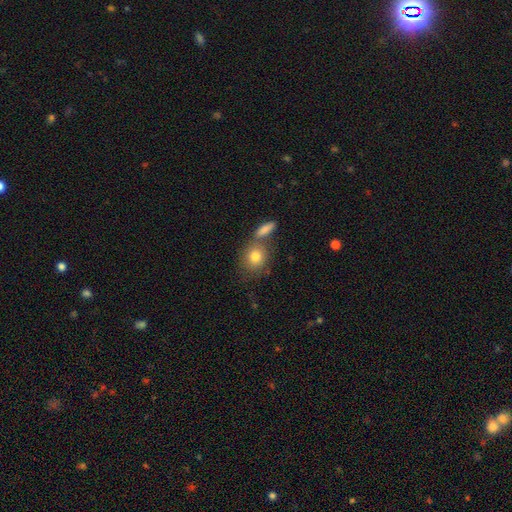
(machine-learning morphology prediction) Smooth or featured? Predicted: smooth (p=0.81). How rounded? Predicted: round (p=0.65). Merging? Predicted: none (p=0.56).